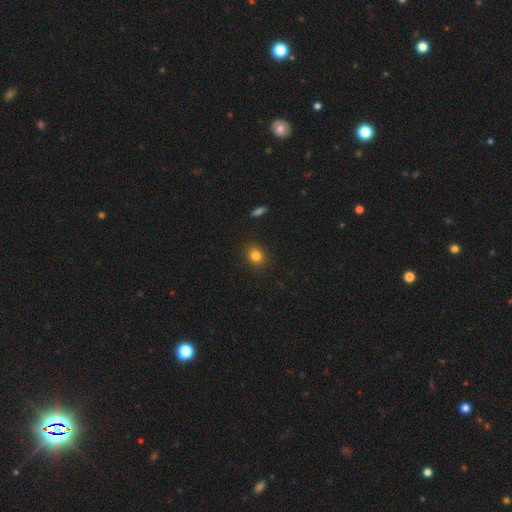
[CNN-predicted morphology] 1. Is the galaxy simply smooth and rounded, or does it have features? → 82% smooth, 12% star or artifact, 6% featured or disk.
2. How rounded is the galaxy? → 73% round, 26% in between, 1% cigar-shaped.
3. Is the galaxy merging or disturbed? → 90% none, 7% minor disturbance, 2% major disturbance, 1% merger.